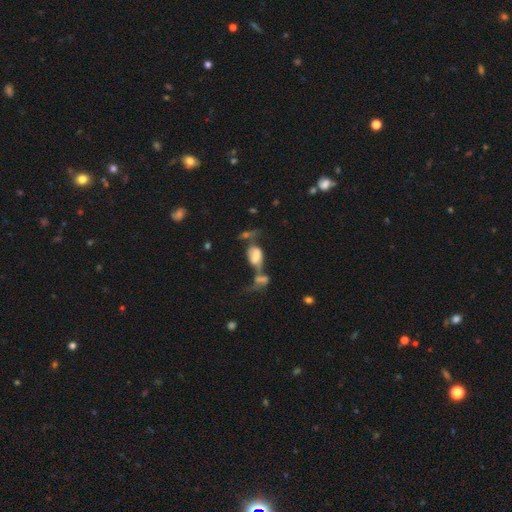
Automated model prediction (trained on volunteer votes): The model was most divided on "smooth or featured" (2-way tie): featured or disk: 44%, smooth: 44%, star or artifact: 12%. More confident: merging — merger (52%).